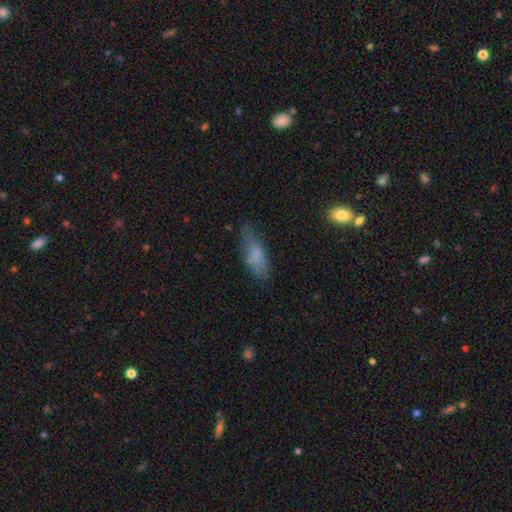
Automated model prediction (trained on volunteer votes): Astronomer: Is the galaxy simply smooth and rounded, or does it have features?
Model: smooth — 73%.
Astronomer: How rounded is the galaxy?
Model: in between — 63%.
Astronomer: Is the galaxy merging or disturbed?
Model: none — 55% (runner-up: minor disturbance, 30%).